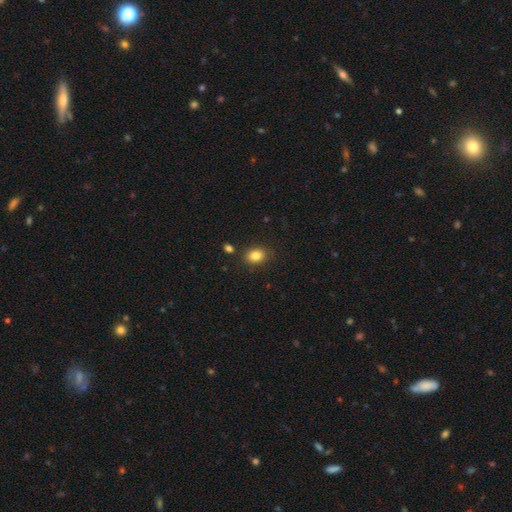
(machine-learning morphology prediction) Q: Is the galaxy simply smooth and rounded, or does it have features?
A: smooth — 84%.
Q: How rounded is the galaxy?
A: in between — 60%.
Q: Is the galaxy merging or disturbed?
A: none — 84%.